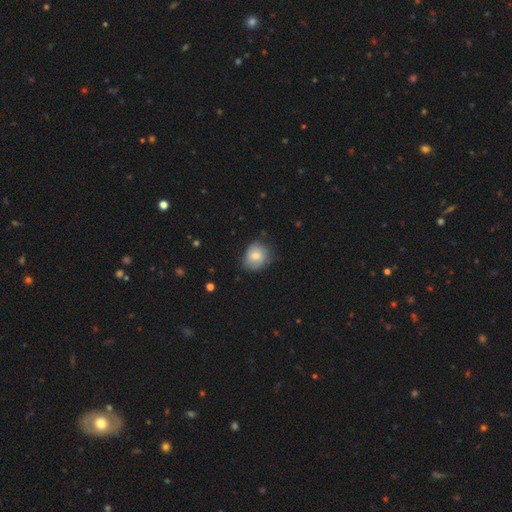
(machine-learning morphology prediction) Q: Smooth or featured?
A: smooth (69%); runner-up: featured or disk (23%)
Q: How rounded?
A: round (60%); runner-up: in between (40%)
Q: Merging?
A: none (66%); runner-up: minor disturbance (26%)